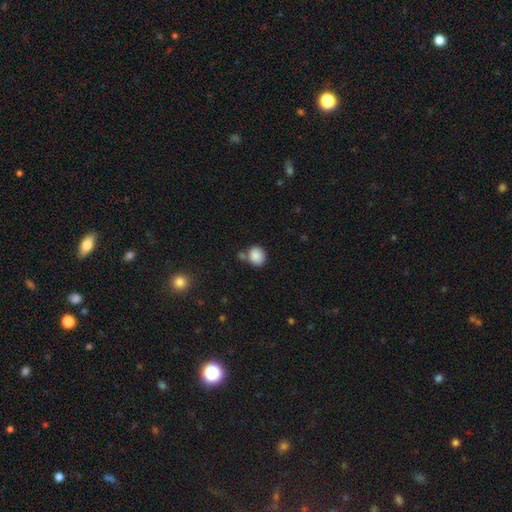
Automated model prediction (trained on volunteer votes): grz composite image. It shows a smooth galaxy with no disk features (87%) that is round (69%). Merging: none (65%).